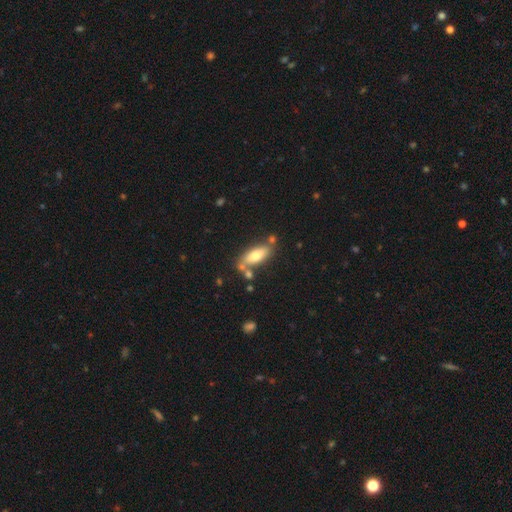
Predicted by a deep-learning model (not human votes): A smooth galaxy with no disk features (67%) that is in between round and cigar-shaped (75%).

Vote fractions:
- Smooth or featured? smooth: 67% / featured or disk: 26% / star or artifact: 7%
- How rounded? in between: 75% / cigar-shaped: 23% / round: 3%
- Merging? none: 65% / merger: 16% / minor disturbance: 15% / major disturbance: 4%